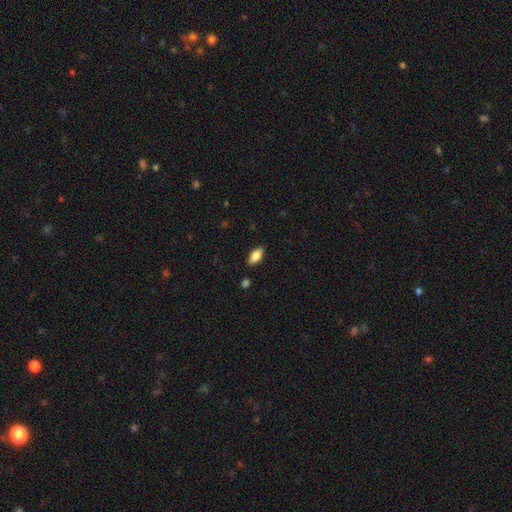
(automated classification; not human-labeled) Overall: smooth (82%). How rounded: in between (86%). Merging: none (87%).